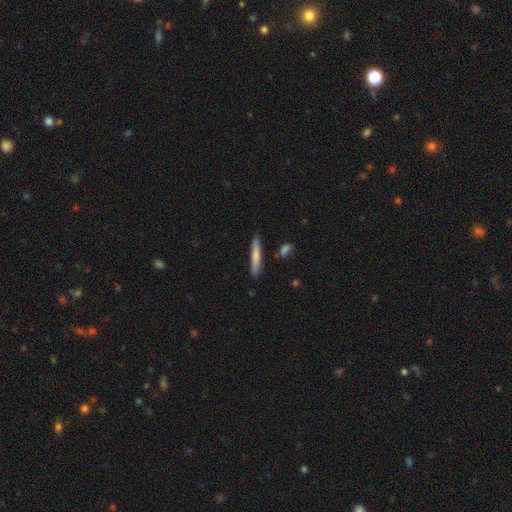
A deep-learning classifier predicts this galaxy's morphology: A smooth galaxy with no disk features (74%) that is cigar-shaped (93%). Merging: none (86%).